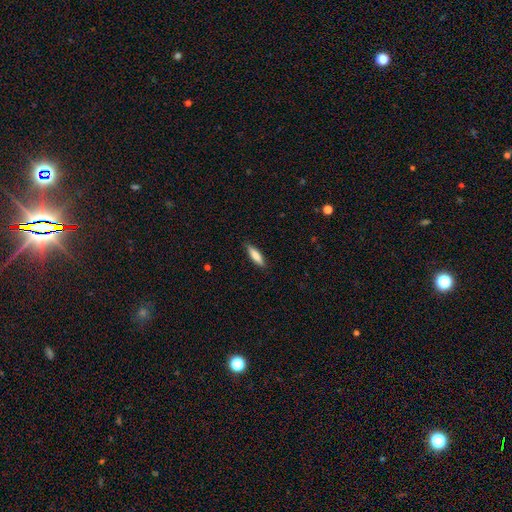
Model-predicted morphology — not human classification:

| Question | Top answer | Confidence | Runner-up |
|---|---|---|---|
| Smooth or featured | smooth | 80% | featured or disk (14%) |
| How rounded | cigar-shaped | 61% | in between (38%) |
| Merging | none | 86% | minor disturbance (10%) |